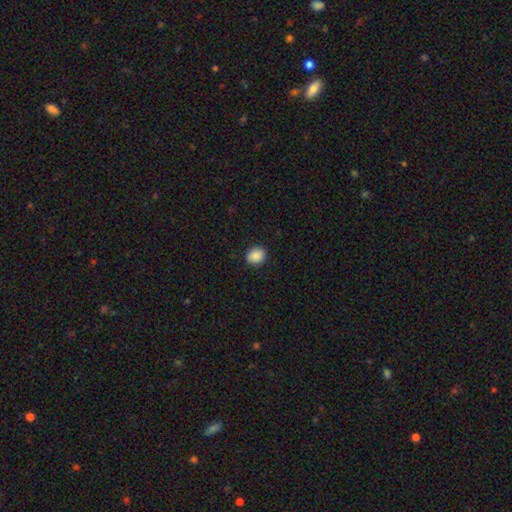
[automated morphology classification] Smooth or featured?
  - smooth: 88% *
  - star or artifact: 8%
  - featured or disk: 3%
How rounded?
  - round: 64% *
  - in between: 35%
  - cigar-shaped: 1%
Merging?
  - none: 91% *
  - minor disturbance: 7%
  - major disturbance: 2%
  - merger: 1%